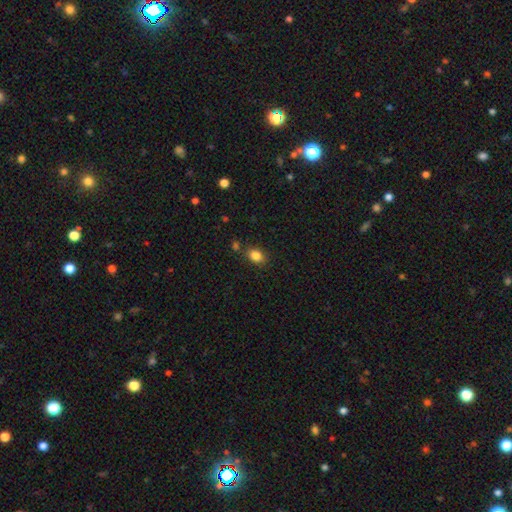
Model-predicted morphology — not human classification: Smooth or featured? smooth (84%)
How rounded? in between (65%)
Merging? none (78%)